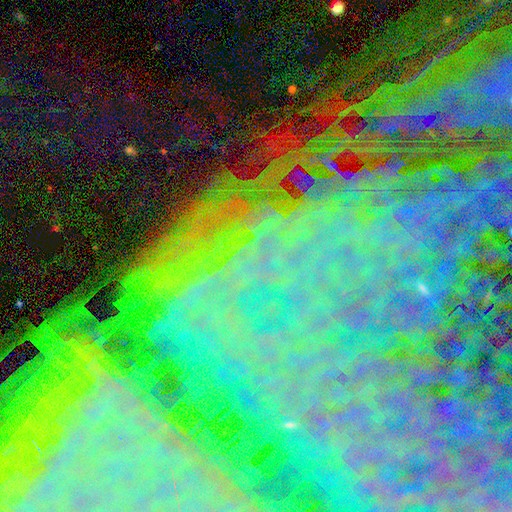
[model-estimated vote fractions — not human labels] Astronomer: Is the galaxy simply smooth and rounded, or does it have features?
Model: star or artifact — 75%.